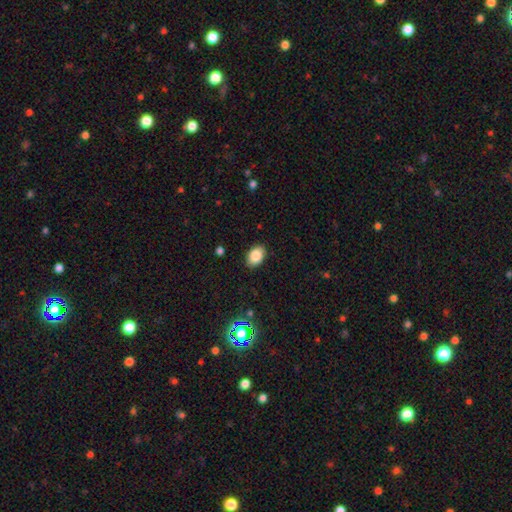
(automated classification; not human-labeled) Smooth or featured: smooth — 86% (star or artifact — 9%)
How rounded: in between — 84% (round — 15%)
Merging: none — 87% (minor disturbance — 9%)